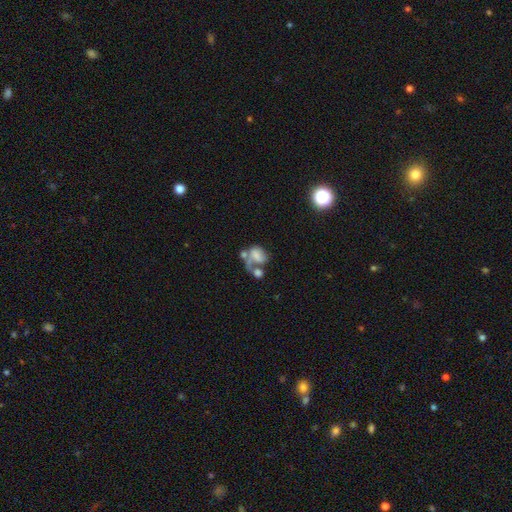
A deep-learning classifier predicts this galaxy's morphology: smooth-or-featured: smooth: 50% | featured or disk: 38% | star or artifact: 11%
  how-rounded: in between: 70% | round: 29% | cigar-shaped: 1%
  merging: merger: 46% | major disturbance: 27% | none: 17% | minor disturbance: 11%